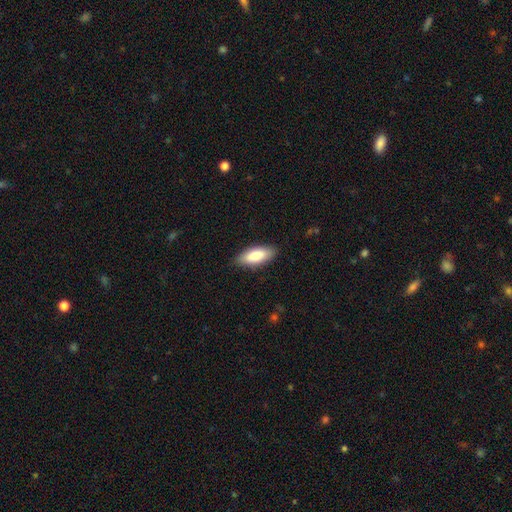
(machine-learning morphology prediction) A smooth galaxy with no disk features (82%) that is in between round and cigar-shaped (79%).

Vote fractions:
- Smooth or featured? smooth: 82% / featured or disk: 13% / star or artifact: 6%
- How rounded? in between: 79% / cigar-shaped: 19% / round: 2%
- Merging? none: 86% / minor disturbance: 11% / major disturbance: 2% / merger: 1%